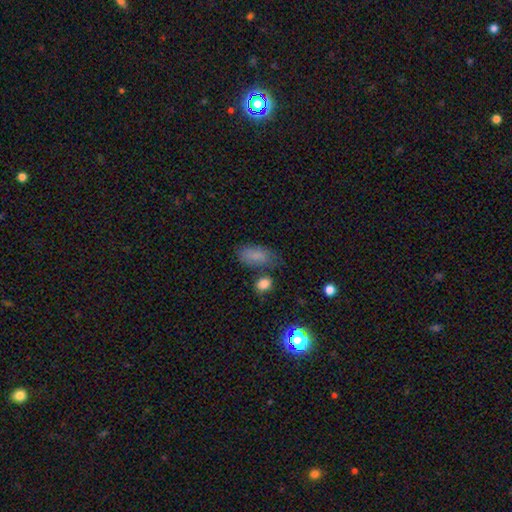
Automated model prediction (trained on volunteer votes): Smooth or featured? smooth (79%)
How rounded? in between (90%)
Merging? none (59%)